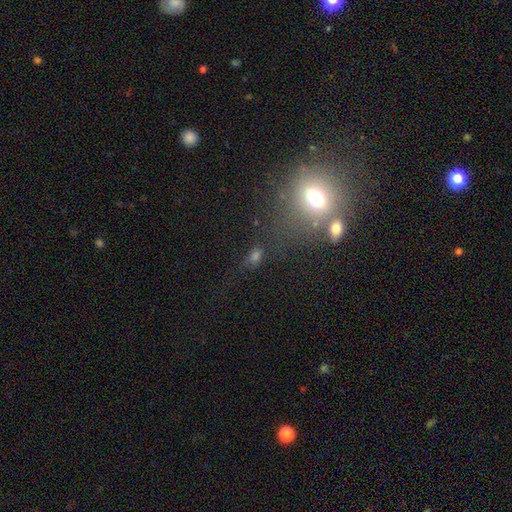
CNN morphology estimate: A smooth galaxy with no disk features (53%) that is in between round and cigar-shaped (56%). Merging: none (52%).